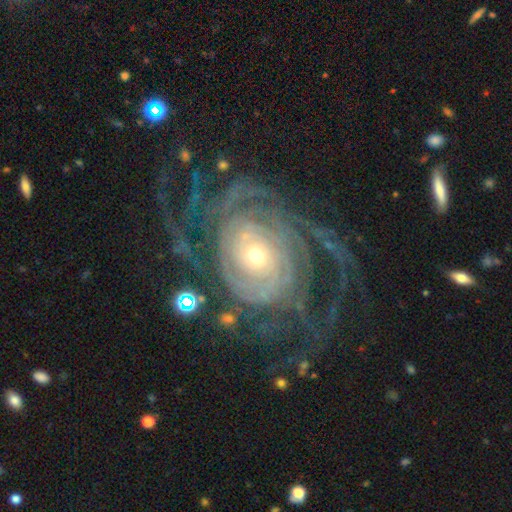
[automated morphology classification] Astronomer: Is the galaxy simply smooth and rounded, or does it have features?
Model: featured or disk — 91%.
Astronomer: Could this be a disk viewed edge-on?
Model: no — 97%.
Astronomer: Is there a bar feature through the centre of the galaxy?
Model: no — 77%.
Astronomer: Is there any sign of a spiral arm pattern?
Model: yes — 97%.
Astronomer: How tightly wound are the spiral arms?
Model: tight — 71%.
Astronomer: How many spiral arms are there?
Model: can't tell — 26% (runner-up: 4, 19%).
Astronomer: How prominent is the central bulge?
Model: small — 58% (runner-up: moderate, 37%).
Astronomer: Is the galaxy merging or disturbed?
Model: none — 62%.